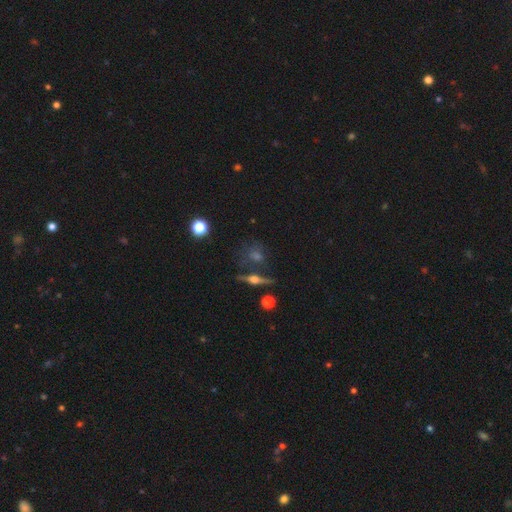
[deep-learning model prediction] This appears to be a featured or disk galaxy (46%). Merging: none (67%).